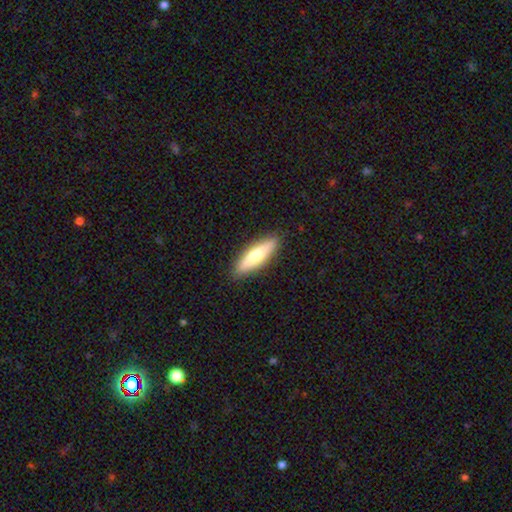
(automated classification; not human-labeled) The model was most divided on "smooth or featured": smooth: 60%, featured or disk: 34%, star or artifact: 6%. More confident: merging — none (89%); how rounded — cigar-shaped (70%).